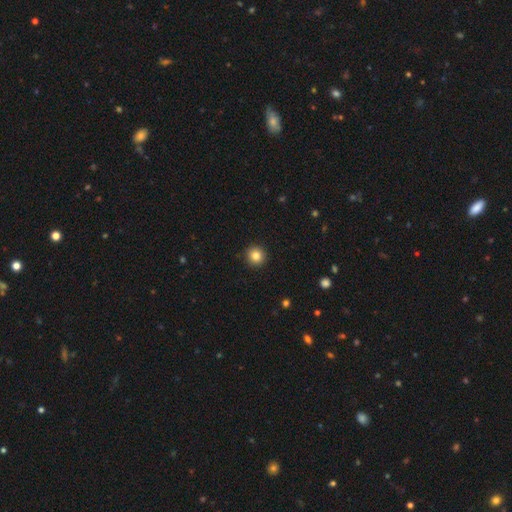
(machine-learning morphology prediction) smooth_or_featured: smooth (p=0.84) [alt: star or artifact p=0.11]
how_rounded: round (p=0.94) [alt: in between p=0.05]
merging: none (p=0.93) [alt: minor disturbance p=0.05]